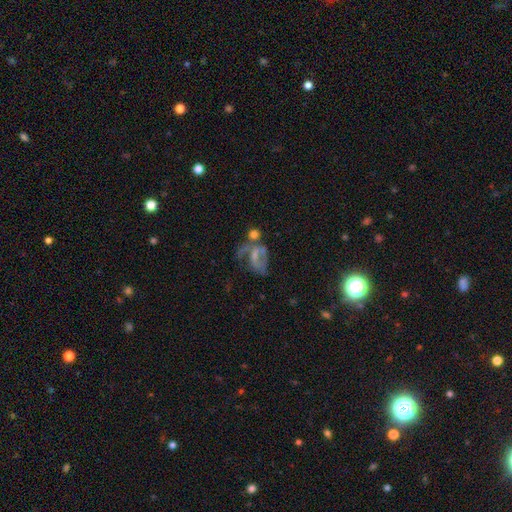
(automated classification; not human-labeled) The model was most divided on "bar": no: 45%, weak: 38%, strong: 17%. Remaining: edge-on disk — no (97%); smooth or featured — featured or disk (60%); spiral arms — yes (60%); bulge size — none (39%); merging — major disturbance (36%).